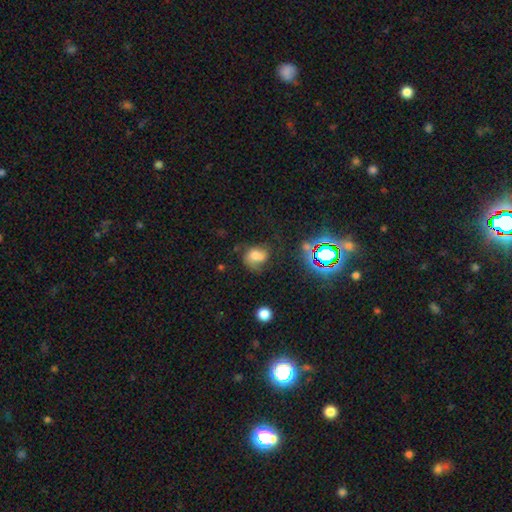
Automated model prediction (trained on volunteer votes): Smooth or featured? smooth (53%)
How rounded? round (50%)
Merging? none (37%)